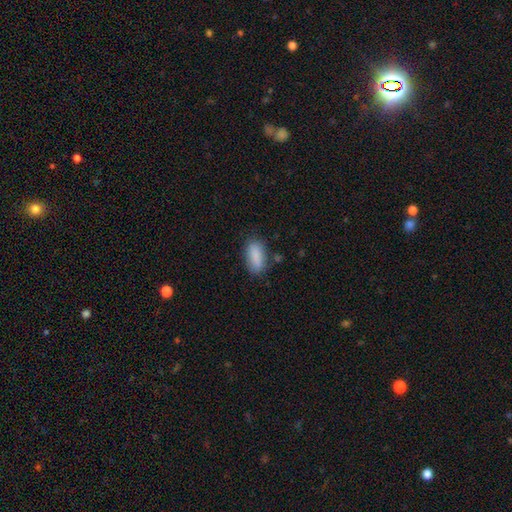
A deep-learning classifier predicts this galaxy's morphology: A smooth galaxy with no disk features (87%) that is in between round and cigar-shaped (85%). Merging: none (75%).